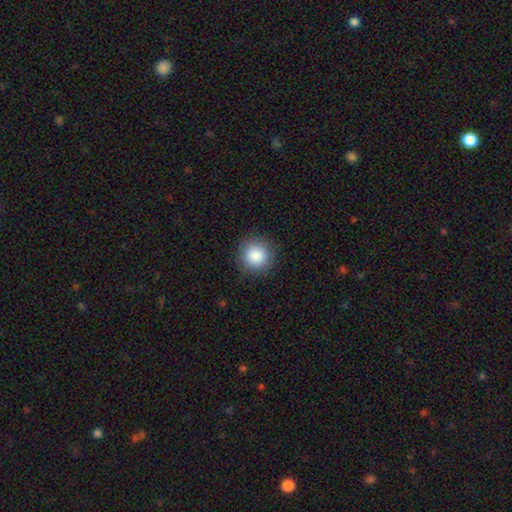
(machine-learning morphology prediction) A smooth galaxy with no disk features (87%) that is round (93%).

Vote fractions:
- Smooth or featured? smooth: 87% / star or artifact: 9% / featured or disk: 4%
- How rounded? round: 93% / in between: 6% / cigar-shaped: 1%
- Merging? none: 90% / minor disturbance: 7% / major disturbance: 2% / merger: 1%